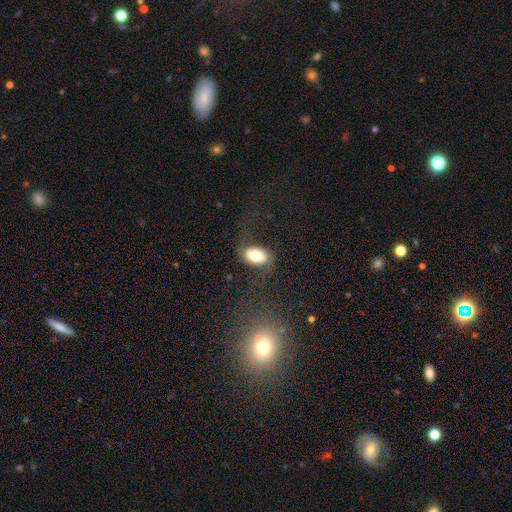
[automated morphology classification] This is likely a smooth galaxy (66%). How rounded: clearly in between (89%). Merging: likely none (69%).